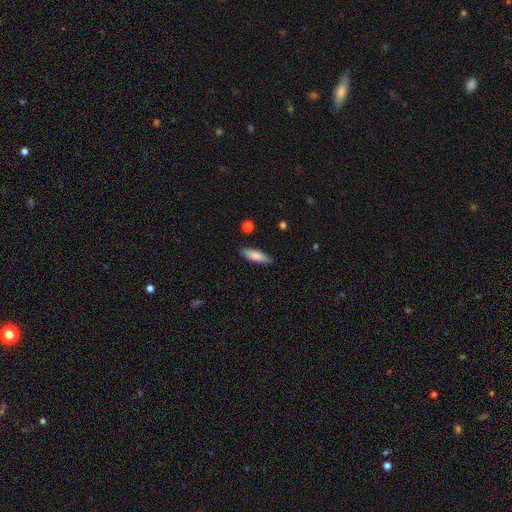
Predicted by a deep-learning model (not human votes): Overall: smooth (83%). How rounded: cigar-shaped (52%; in between 46%). Merging: none (87%).